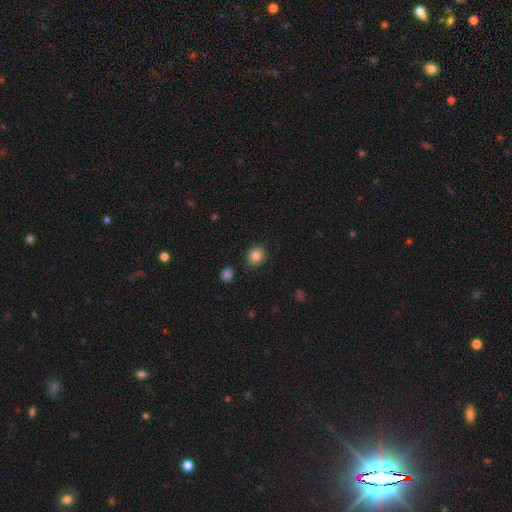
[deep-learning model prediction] Smooth or featured? Predicted: smooth (p=0.85). How rounded? Predicted: round (p=0.76). Merging? Predicted: none (p=0.87).